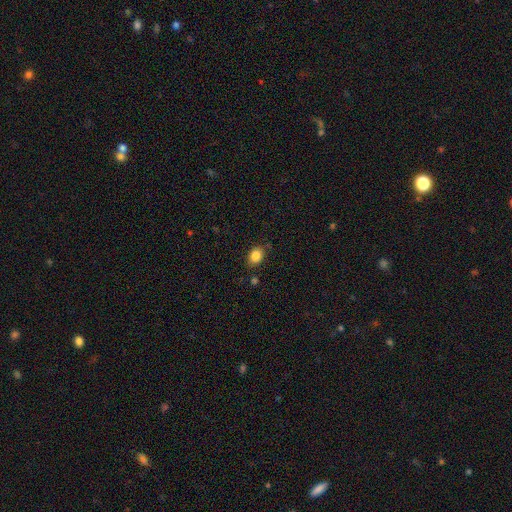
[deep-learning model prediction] Smooth or featured: smooth — 85% (star or artifact — 10%)
How rounded: in between — 60% (round — 39%)
Merging: none — 82% (minor disturbance — 13%)